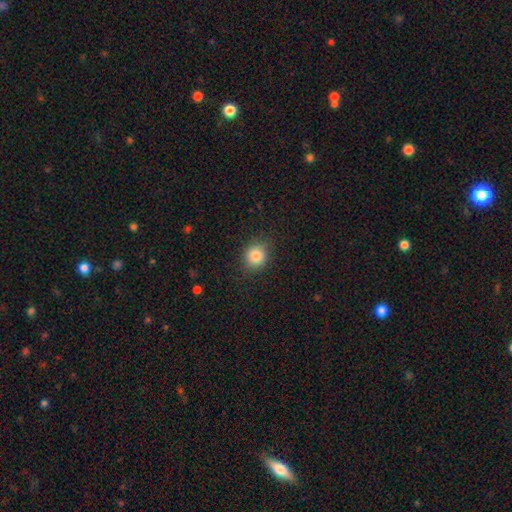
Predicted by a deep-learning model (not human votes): Smooth or featured?
  - smooth: 82% *
  - star or artifact: 11%
  - featured or disk: 7%
How rounded?
  - round: 78% *
  - in between: 21%
  - cigar-shaped: 1%
Merging?
  - none: 84% *
  - minor disturbance: 11%
  - major disturbance: 3%
  - merger: 1%